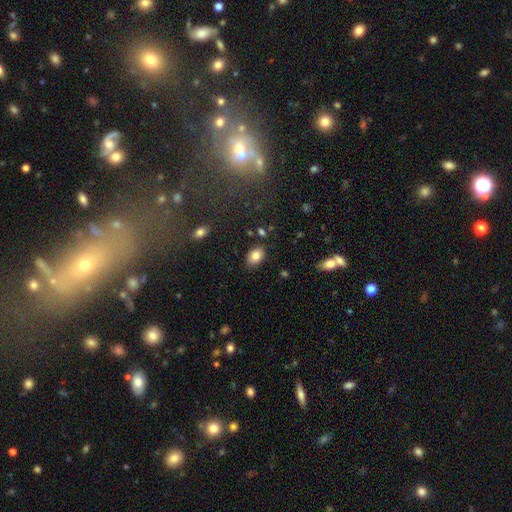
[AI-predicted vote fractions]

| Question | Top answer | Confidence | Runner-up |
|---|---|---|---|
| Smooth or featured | smooth | 82% | featured or disk (10%) |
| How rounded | in between | 85% | round (14%) |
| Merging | none | 85% | minor disturbance (10%) |